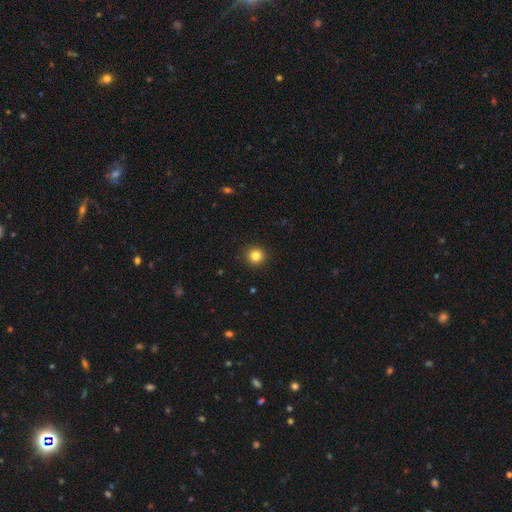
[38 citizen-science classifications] Smooth or featured? smooth (89%)
How rounded? round (94%)
Merging? none (94%)